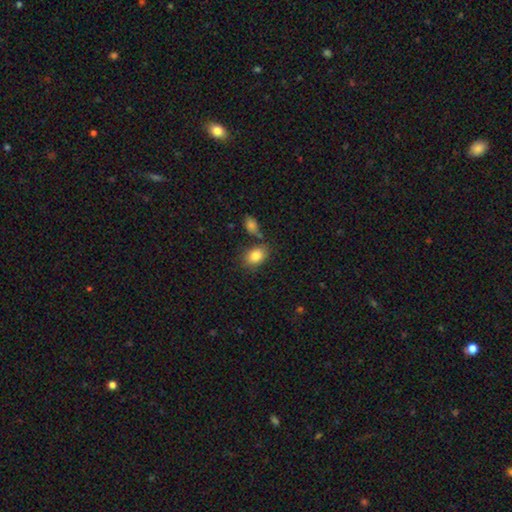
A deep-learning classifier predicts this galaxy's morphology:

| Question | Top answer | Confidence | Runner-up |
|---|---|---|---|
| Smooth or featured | smooth | 84% | star or artifact (9%) |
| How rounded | in between | 76% | round (23%) |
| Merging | none | 69% | minor disturbance (14%) |